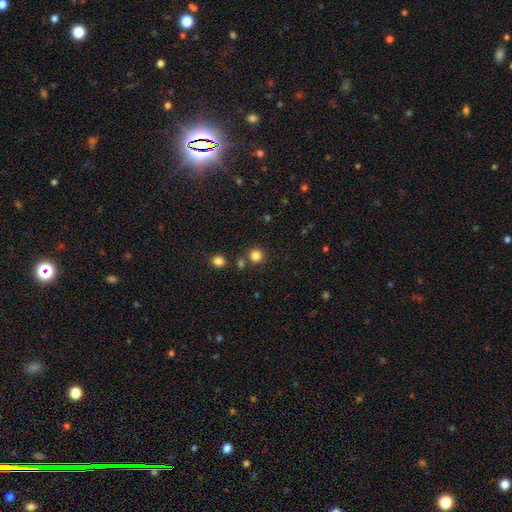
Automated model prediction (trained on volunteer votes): This appears to be a smooth galaxy with no disk features (82%) that is round (93%). Merging: none (81%).